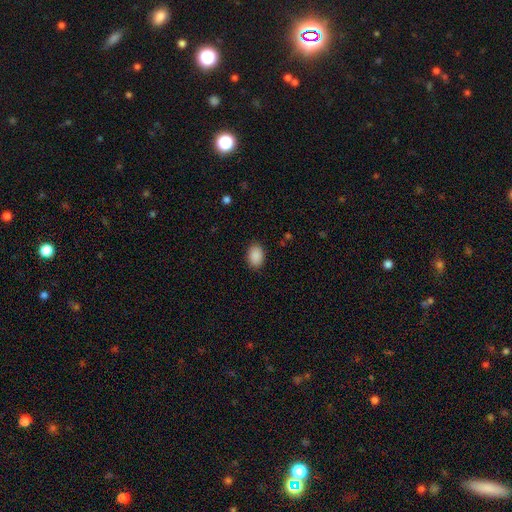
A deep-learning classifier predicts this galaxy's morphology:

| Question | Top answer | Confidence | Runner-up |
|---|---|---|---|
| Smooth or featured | smooth | 90% | star or artifact (7%) |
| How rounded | in between | 83% | round (16%) |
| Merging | none | 88% | minor disturbance (8%) |